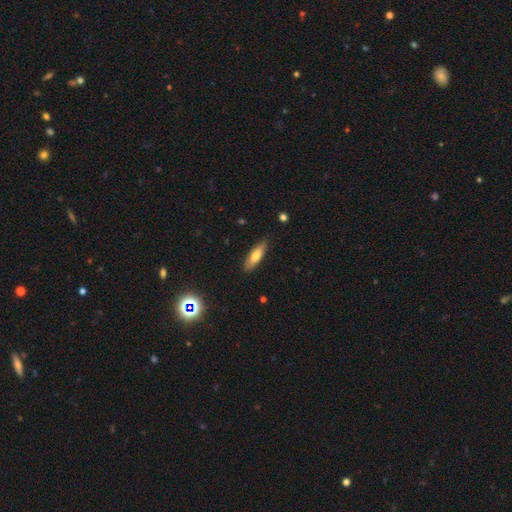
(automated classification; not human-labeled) This is likely a smooth galaxy (70%). How rounded: possibly in between (49%, tied with cigar-shaped). Merging: clearly none (85%).